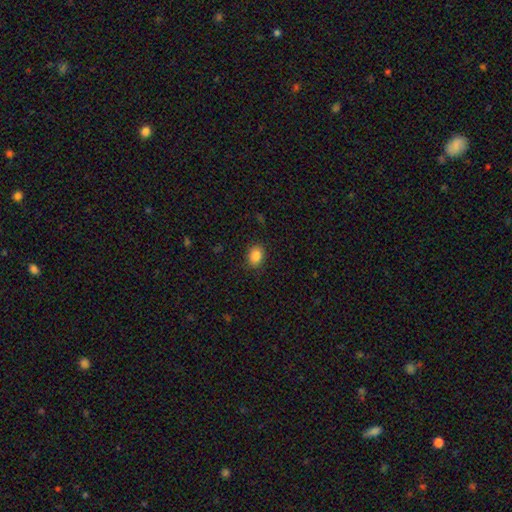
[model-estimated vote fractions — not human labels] Smooth or featured: smooth — 86% (star or artifact — 9%)
How rounded: in between — 63% (round — 36%)
Merging: none — 87% (minor disturbance — 9%)